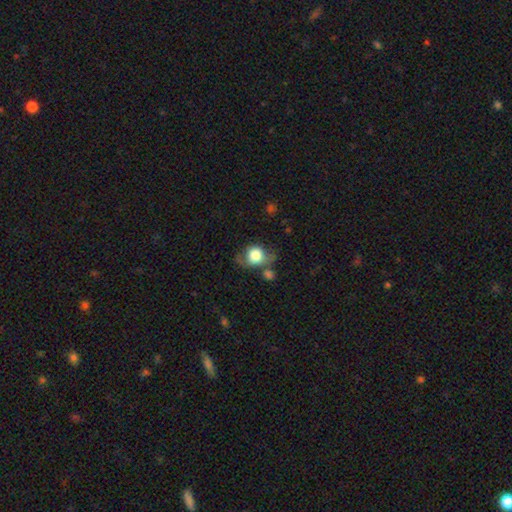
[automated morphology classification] Smooth or featured: smooth — 72% (featured or disk — 20%)
How rounded: round — 69% (in between — 30%)
Merging: none — 45% (minor disturbance — 24%)